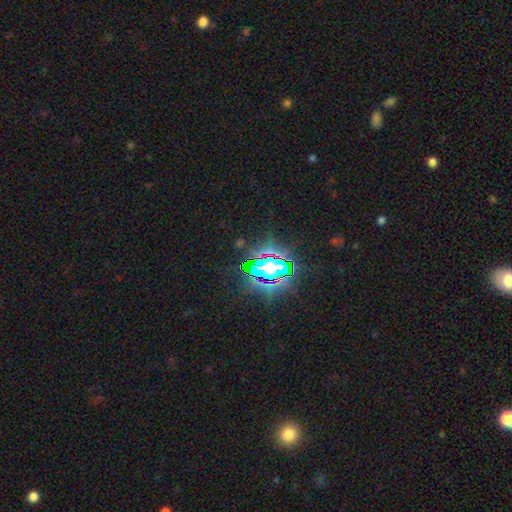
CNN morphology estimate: type=star or artifact (79%).